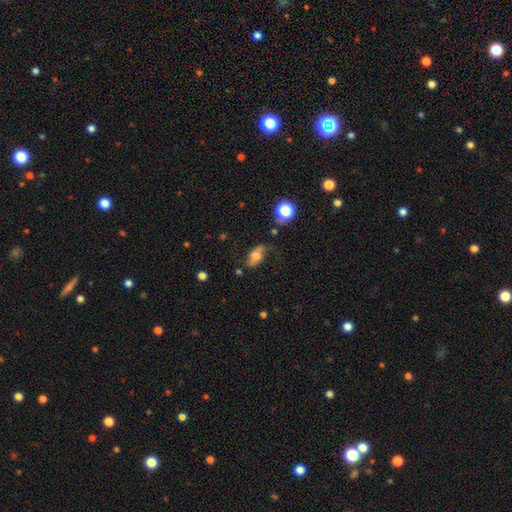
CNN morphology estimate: Smooth or featured? Predicted: smooth (p=0.56). How rounded? Predicted: in between (p=0.82). Merging? Predicted: none (p=0.54).